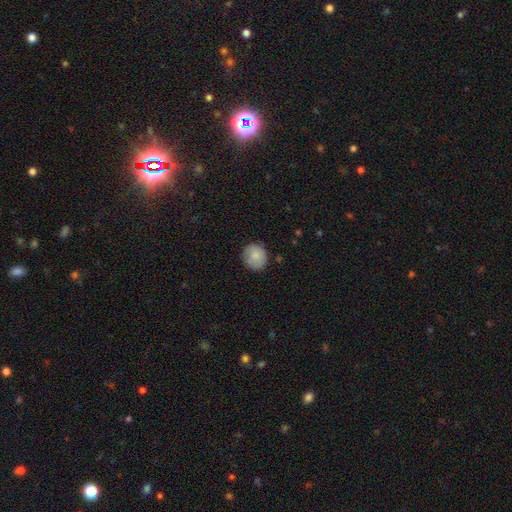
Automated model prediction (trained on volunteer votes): Overall: smooth (85%). How rounded: round (86%). Merging: none (83%).